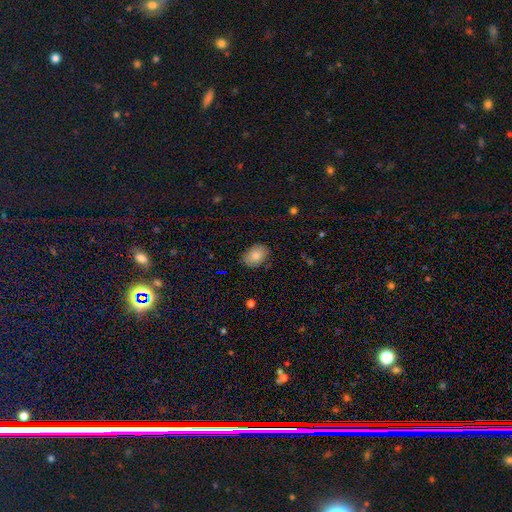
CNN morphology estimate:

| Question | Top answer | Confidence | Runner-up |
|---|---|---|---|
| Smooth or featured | smooth | 77% | featured or disk (14%) |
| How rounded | in between | 76% | round (23%) |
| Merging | none | 80% | minor disturbance (15%) |